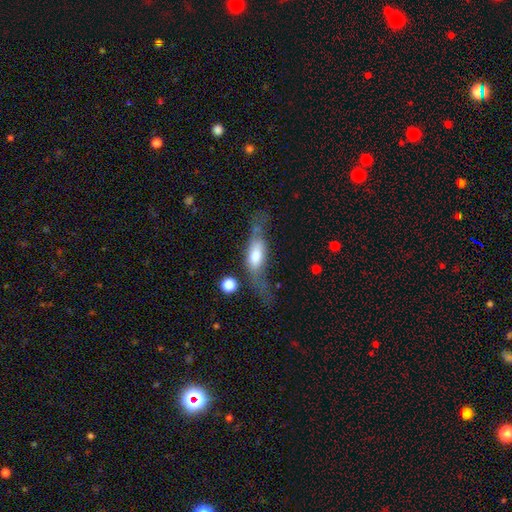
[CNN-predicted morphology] Smooth or featured? Predicted: featured or disk (p=0.49). Merging? Predicted: none (p=0.39).